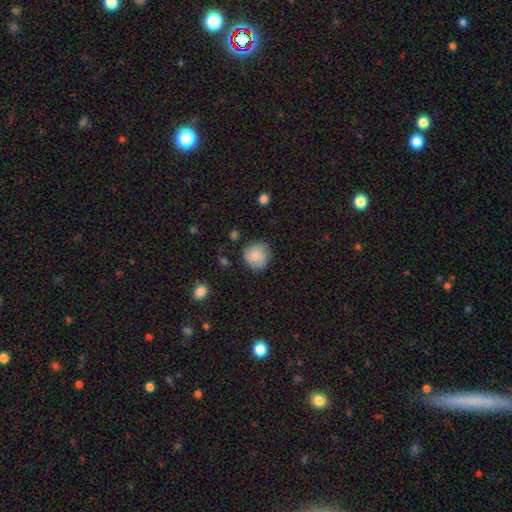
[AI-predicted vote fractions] The model was most divided on "merging": none: 75%, minor disturbance: 19%, major disturbance: 5%, merger: 2%. More confident: how rounded — round (85%); smooth or featured — smooth (79%).